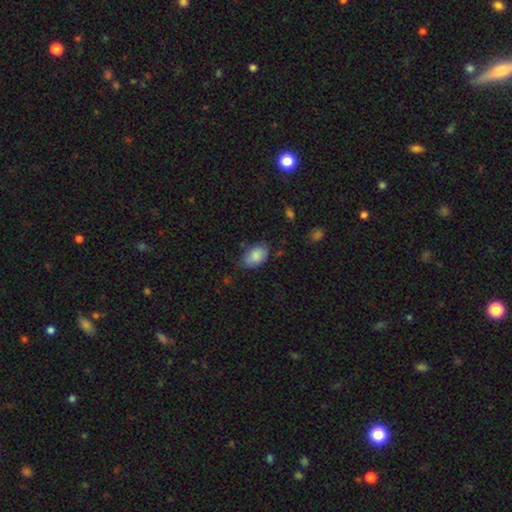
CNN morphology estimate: Smooth or featured?
  - smooth: 84% *
  - featured or disk: 9%
  - star or artifact: 7%
How rounded?
  - in between: 88% *
  - round: 10%
  - cigar-shaped: 1%
Merging?
  - none: 68% *
  - minor disturbance: 25%
  - major disturbance: 5%
  - merger: 2%